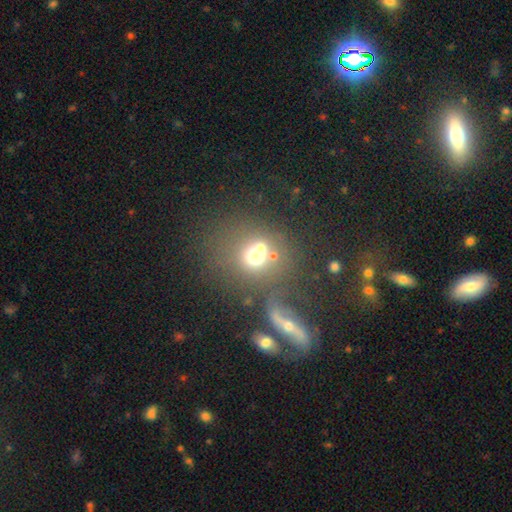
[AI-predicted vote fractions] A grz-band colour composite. It shows a smooth galaxy with no disk features (57%) that is round (77%). Merging: merger (40%).